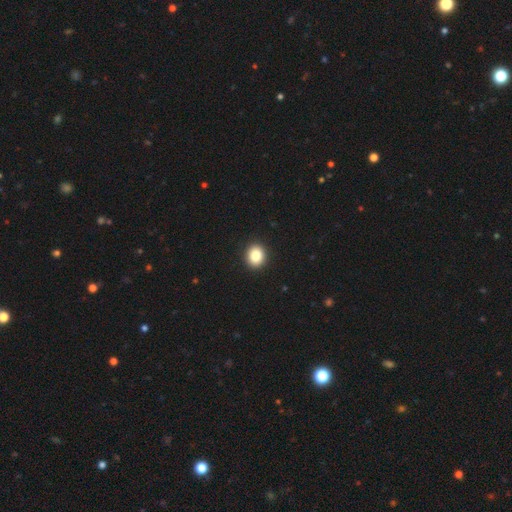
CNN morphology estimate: Smooth or featured? smooth (85%)
How rounded? round (72%)
Merging? none (93%)